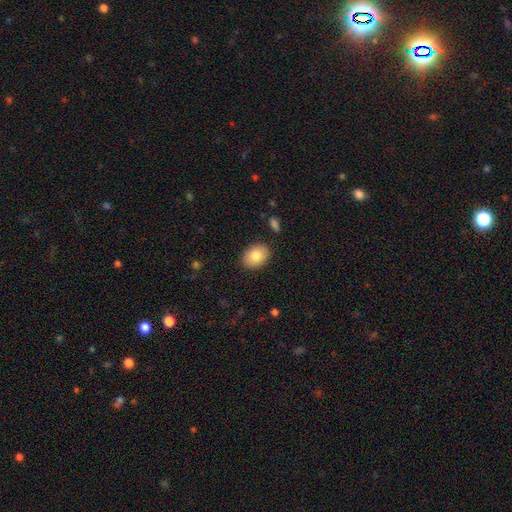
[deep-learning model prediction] Smooth or featured: smooth — 83% (featured or disk — 10%)
How rounded: in between — 76% (round — 23%)
Merging: none — 88% (minor disturbance — 9%)